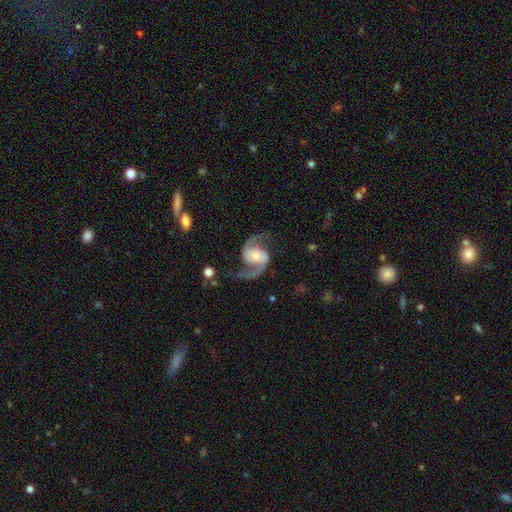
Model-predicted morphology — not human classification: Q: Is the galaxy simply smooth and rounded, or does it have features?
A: featured or disk — 92%.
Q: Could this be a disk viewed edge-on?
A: no — 98%.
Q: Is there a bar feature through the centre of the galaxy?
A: no — 48%.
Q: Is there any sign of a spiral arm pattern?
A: yes — 98%.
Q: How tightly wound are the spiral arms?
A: medium — 47%.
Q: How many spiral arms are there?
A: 2 — 94%.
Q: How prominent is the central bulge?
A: moderate — 59%.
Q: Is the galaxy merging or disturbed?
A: none — 77%.